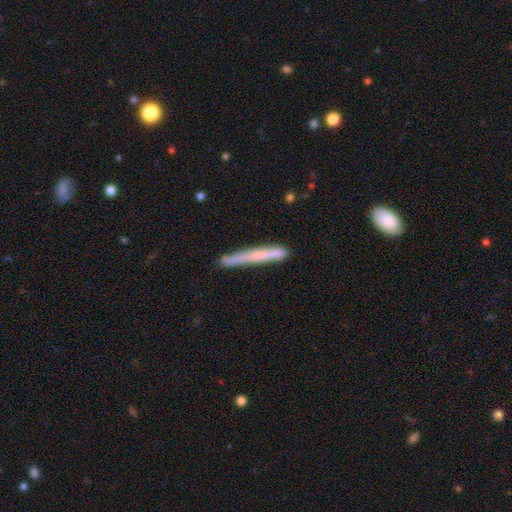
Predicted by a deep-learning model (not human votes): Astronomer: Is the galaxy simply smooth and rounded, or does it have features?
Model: smooth — 60%.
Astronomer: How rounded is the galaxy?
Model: cigar-shaped — 97%.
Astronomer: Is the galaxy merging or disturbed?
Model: none — 79%.